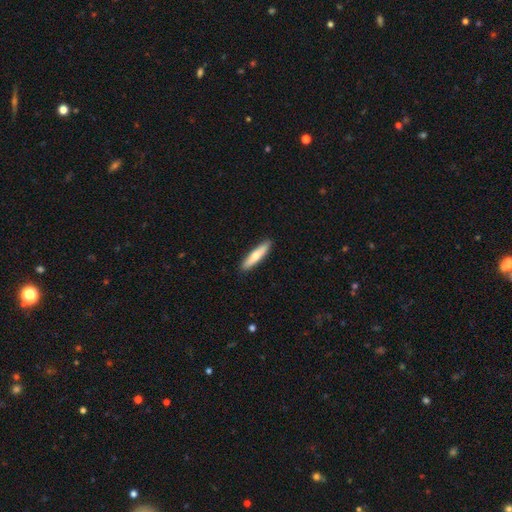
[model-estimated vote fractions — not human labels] This appears to be a smooth galaxy with no disk features (64%) that is cigar-shaped (84%). Merging: none (91%).